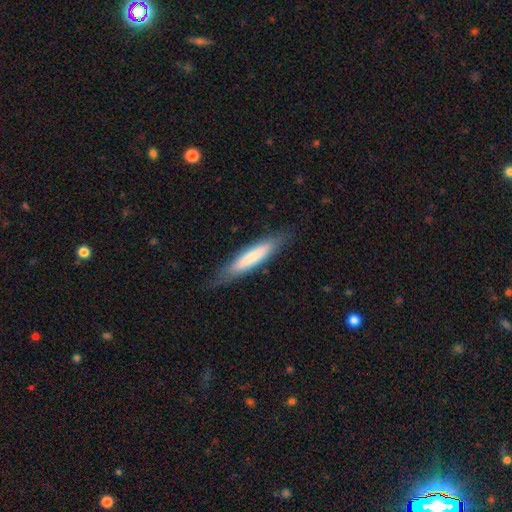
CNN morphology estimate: This appears to be a smooth galaxy with no disk features (68%) that is cigar-shaped (85%). Merging: none (83%).